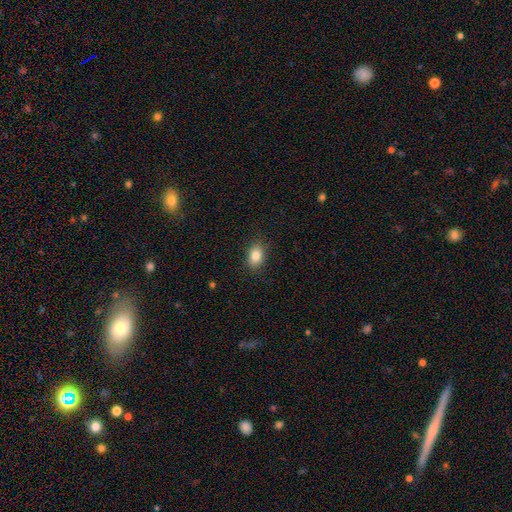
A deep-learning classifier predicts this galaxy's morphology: Overall: smooth (84%). How rounded: in between (78%). Merging: none (86%).